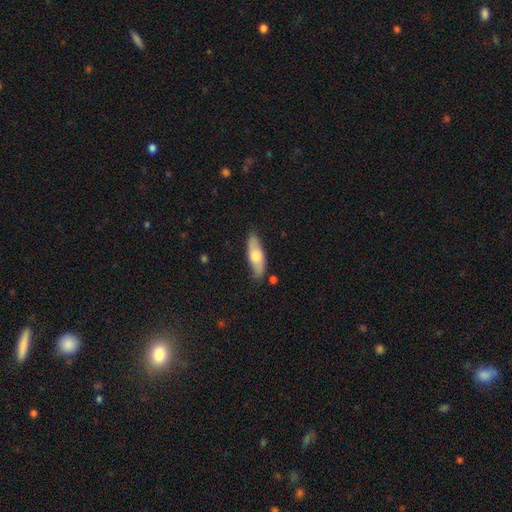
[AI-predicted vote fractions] This is likely a smooth galaxy (67%). How rounded: possibly in between (57%). Merging: clearly none (81%).